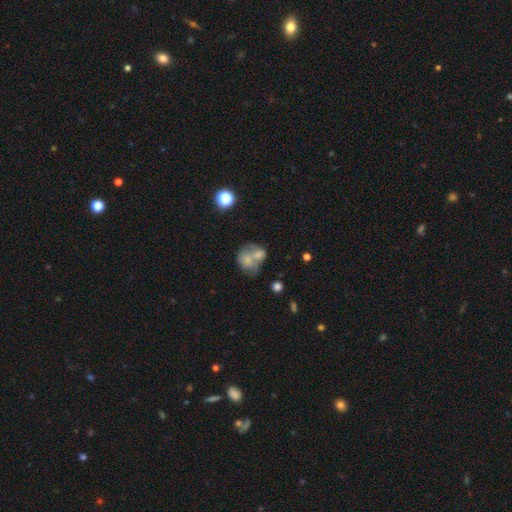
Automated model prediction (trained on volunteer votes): smooth 63%, featured or disk 27%, star or artifact 10%. Down the decision tree: how rounded — in between (49%, tied with round); merging — merger (67%).